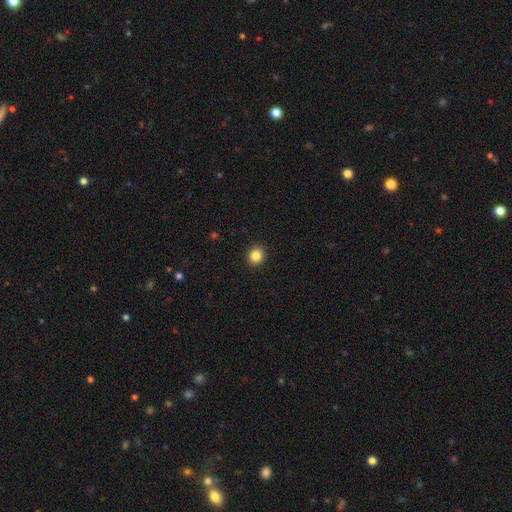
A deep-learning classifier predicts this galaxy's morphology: Overall: smooth (84%). How rounded: round (82%). Merging: none (92%).